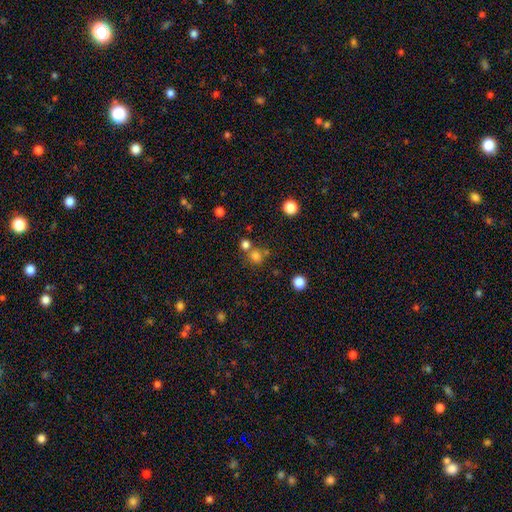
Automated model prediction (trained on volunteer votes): smooth 74%, star or artifact 19%, featured or disk 7%. Down the decision tree: how rounded — round (84%); merging — none (61%).